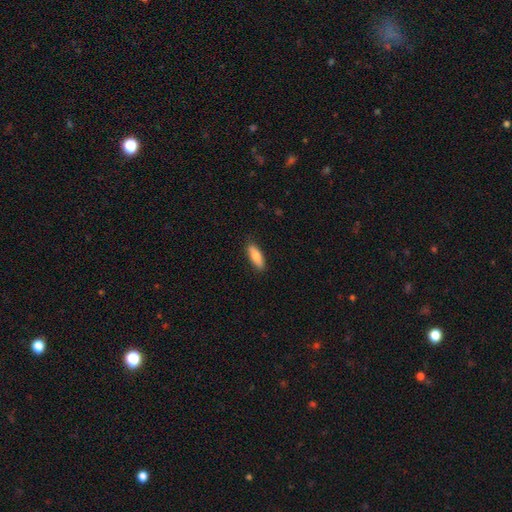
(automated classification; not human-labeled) smooth-or-featured: smooth: 78% | featured or disk: 16% | star or artifact: 6%
  how-rounded: in between: 57% | cigar-shaped: 41% | round: 2%
  merging: none: 88% | minor disturbance: 9% | major disturbance: 2% | merger: 1%